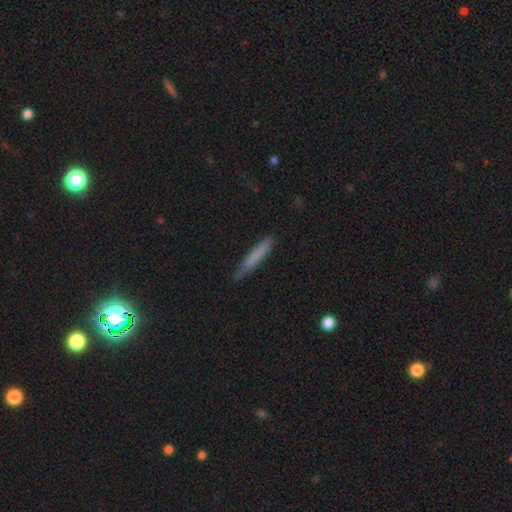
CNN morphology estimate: Smooth or featured: smooth — 73% (featured or disk — 20%)
How rounded: cigar-shaped — 94% (in between — 4%)
Merging: none — 79% (minor disturbance — 17%)